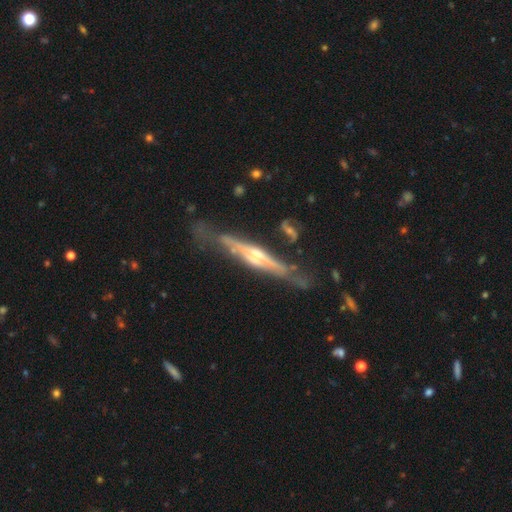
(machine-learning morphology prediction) type=featured or disk (81%); edge-on=yes (90%); edge-on bulge=rounded (71%); merging=none (61%).